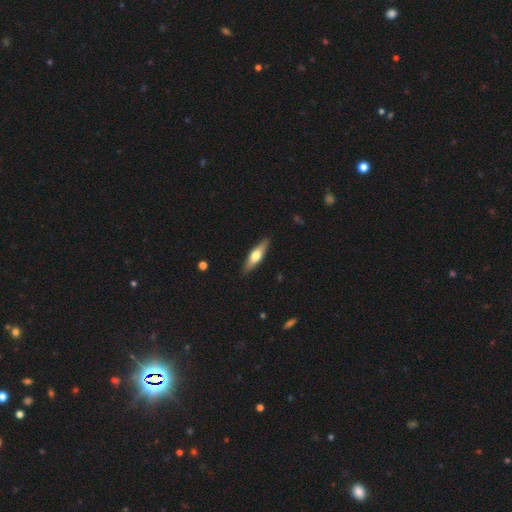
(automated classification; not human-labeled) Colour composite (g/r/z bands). It shows a featured or disk galaxy (49%). Merging: none (89%).